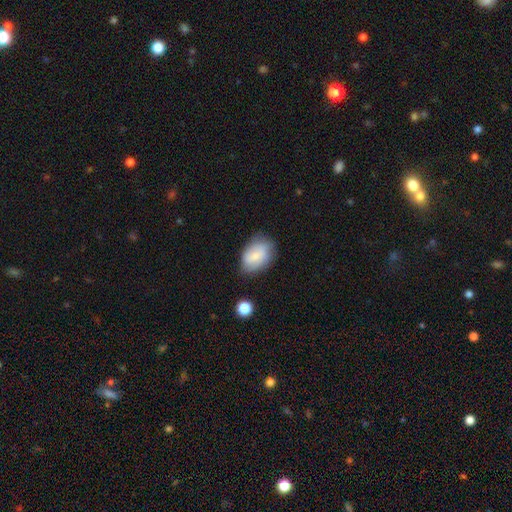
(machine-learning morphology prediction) Smooth or featured?
  - smooth: 63% *
  - featured or disk: 30%
  - star or artifact: 8%
How rounded?
  - in between: 83% *
  - round: 16%
  - cigar-shaped: 1%
Merging?
  - none: 69% *
  - minor disturbance: 23%
  - major disturbance: 6%
  - merger: 2%